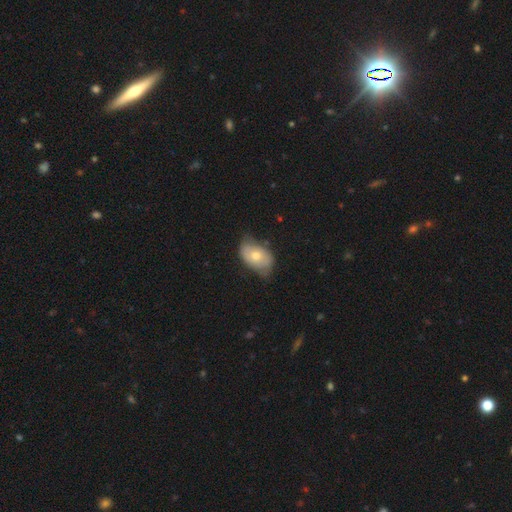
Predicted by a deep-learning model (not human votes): smooth_or_featured: smooth (p=0.59) [alt: featured or disk p=0.34]
how_rounded: in between (p=0.87) [alt: round p=0.11]
merging: none (p=0.53) [alt: minor disturbance p=0.36]